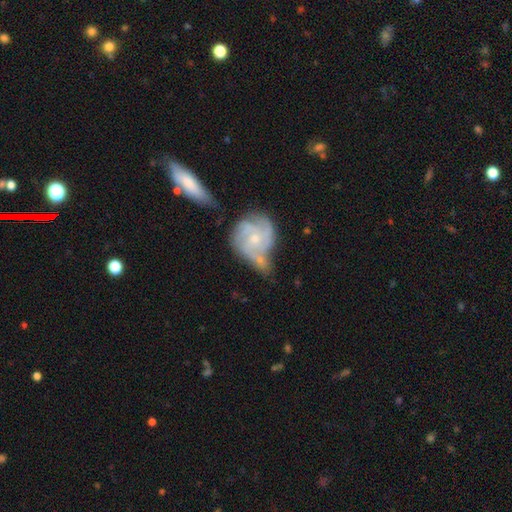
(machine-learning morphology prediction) featured or disk 76%, smooth 15%, star or artifact 9%. Down the decision tree: edge-on disk — no (94%); bar — no (68%); spiral arms — yes (91%); spiral arm count — 3 (33%); spiral winding — tight (53%); bulge size — small (60%); merging — none (47%).